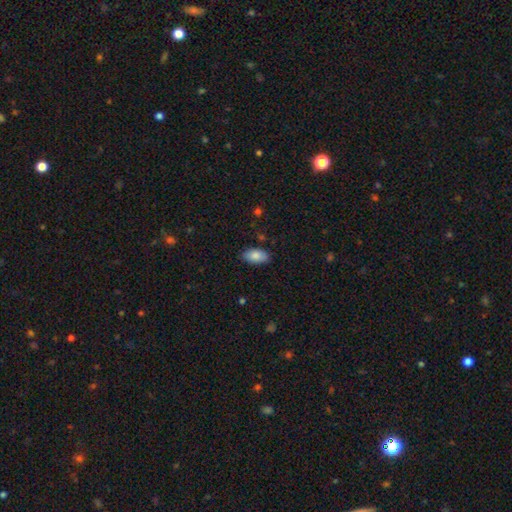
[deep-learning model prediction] Q: Smooth or featured?
A: smooth (87%); runner-up: featured or disk (7%)
Q: How rounded?
A: in between (94%); runner-up: cigar-shaped (3%)
Q: Merging?
A: none (84%); runner-up: minor disturbance (12%)